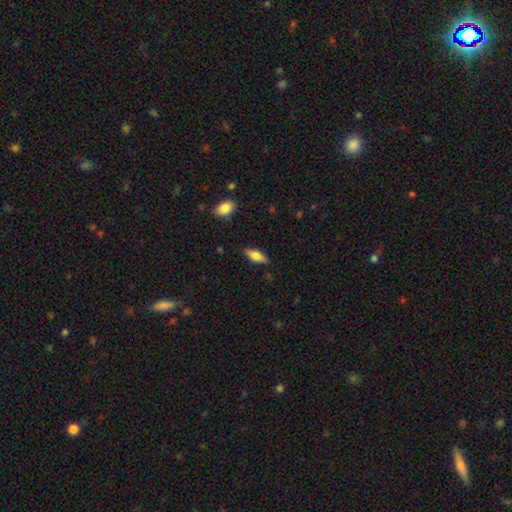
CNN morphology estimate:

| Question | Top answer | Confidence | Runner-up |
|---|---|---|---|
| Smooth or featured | smooth | 60% | featured or disk (33%) |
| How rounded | in between | 63% | cigar-shaped (34%) |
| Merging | none | 84% | minor disturbance (12%) |